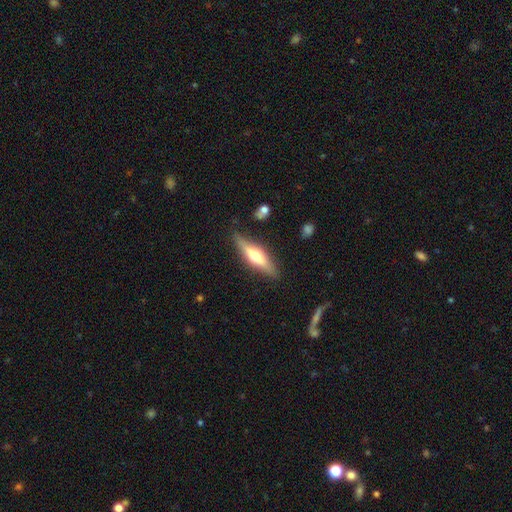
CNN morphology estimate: The model was most divided on "smooth or featured": featured or disk: 59%, smooth: 35%, star or artifact: 6%. More confident: edge-on disk — yes (94%); edge-on bulge — rounded (86%); merging — none (85%).